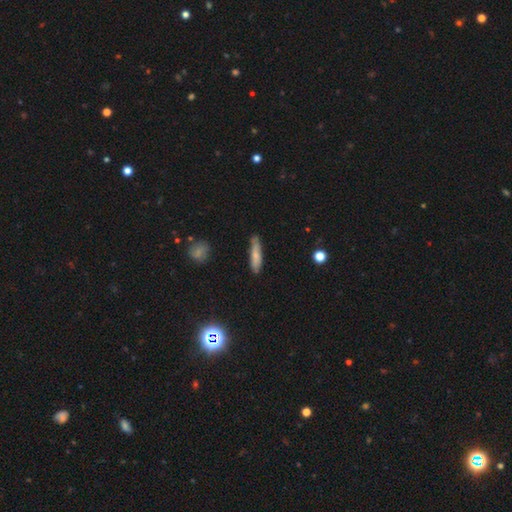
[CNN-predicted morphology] smooth 70%, featured or disk 23%, star or artifact 7%. Down the decision tree: how rounded — cigar-shaped (80%); merging — none (76%).